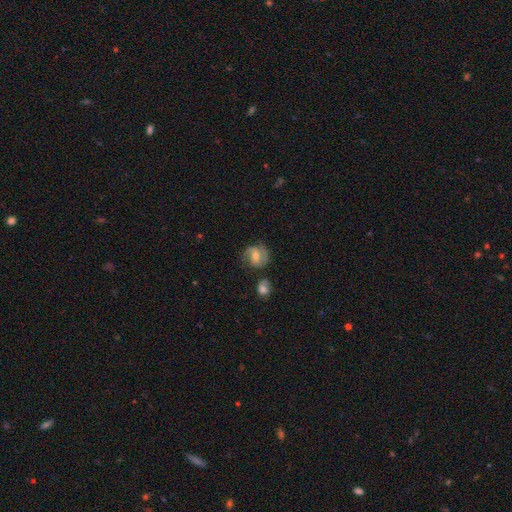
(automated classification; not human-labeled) smooth-or-featured: featured or disk: 66% | smooth: 26% | star or artifact: 8%
  disk-edge-on: no: 97% | yes: 3%
    bar: weak: 47% | no: 36% | strong: 17%
    has-spiral-arms: yes: 89% | no: 11%
      spiral-winding: medium: 48% | tight: 28% | loose: 25%
      spiral-arm-count: 2: 73% | can't tell: 12% | 3: 7% | 1: 6% | 4: 2% | more than 4: 2%
    bulge-size: moderate: 61% | small: 32% | large: 3% | none: 2% | dominant: 1%
  merging: none: 66% | minor disturbance: 20% | major disturbance: 9% | merger: 5%